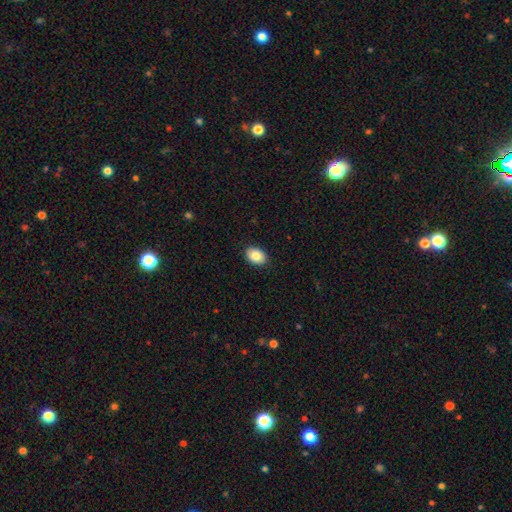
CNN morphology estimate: Smooth or featured?
  - smooth: 85% *
  - featured or disk: 8%
  - star or artifact: 7%
How rounded?
  - in between: 82% *
  - round: 17%
  - cigar-shaped: 1%
Merging?
  - none: 90% *
  - minor disturbance: 7%
  - major disturbance: 2%
  - merger: 1%